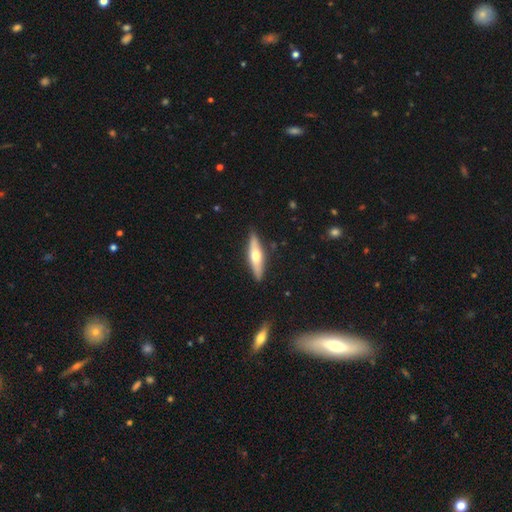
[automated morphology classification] Smooth or featured? Predicted: featured or disk (p=0.52). Edge-on disk? Predicted: yes (p=0.91). Merging? Predicted: none (p=0.88).